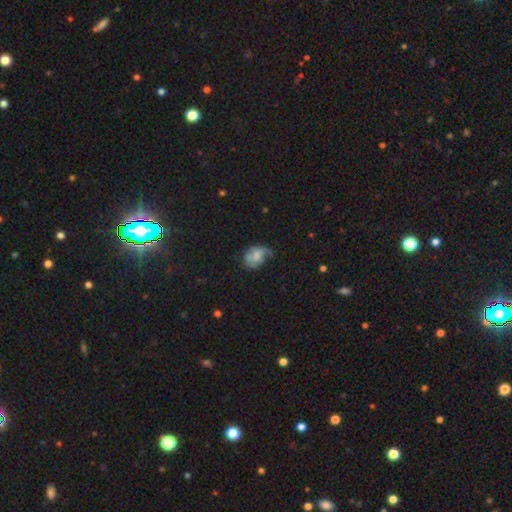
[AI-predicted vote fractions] Smooth or featured? smooth (48%)
Merging? none (41%)